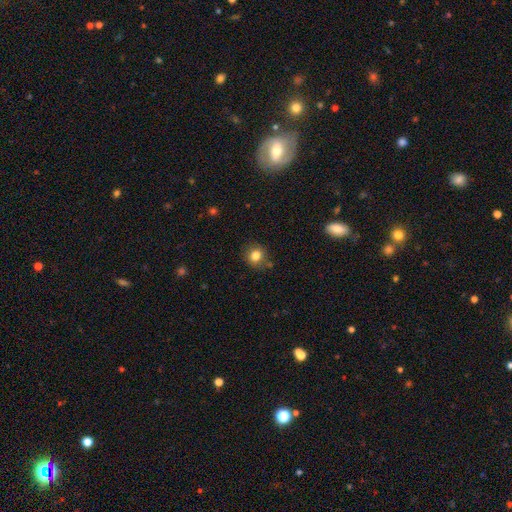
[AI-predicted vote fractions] This is clearly a smooth galaxy (82%). How rounded: clearly round (83%). Merging: clearly none (83%).